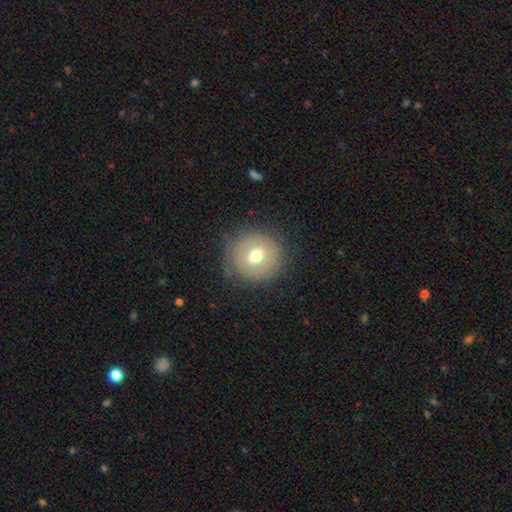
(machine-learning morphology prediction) type=smooth (60%); roundness=round (89%); merging=none (79%).